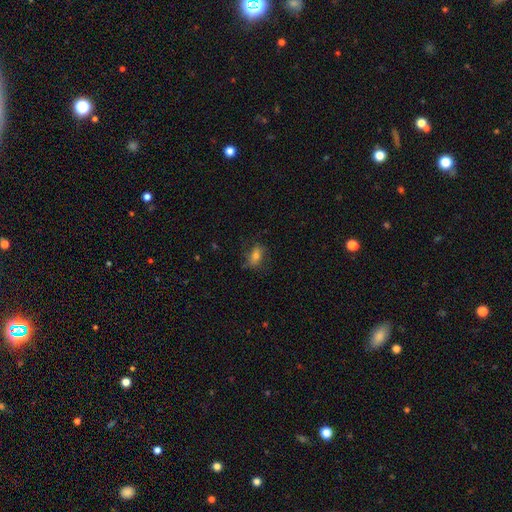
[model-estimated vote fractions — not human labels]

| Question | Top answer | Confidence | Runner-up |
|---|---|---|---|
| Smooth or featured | smooth | 66% | featured or disk (24%) |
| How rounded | in between | 80% | round (13%) |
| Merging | none | 67% | minor disturbance (21%) |